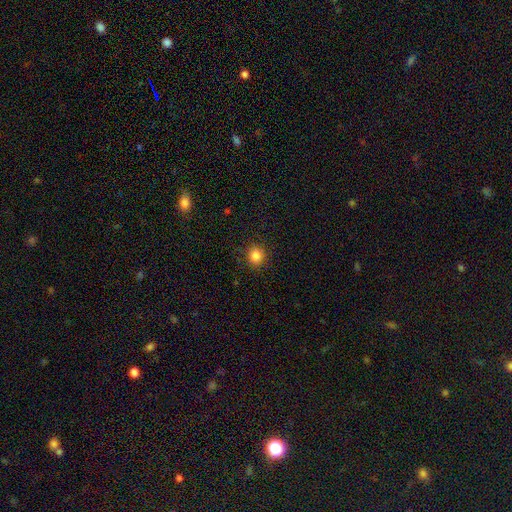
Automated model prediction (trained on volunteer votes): A smooth galaxy with no disk features (84%) that is round (84%). Merging: none (88%).